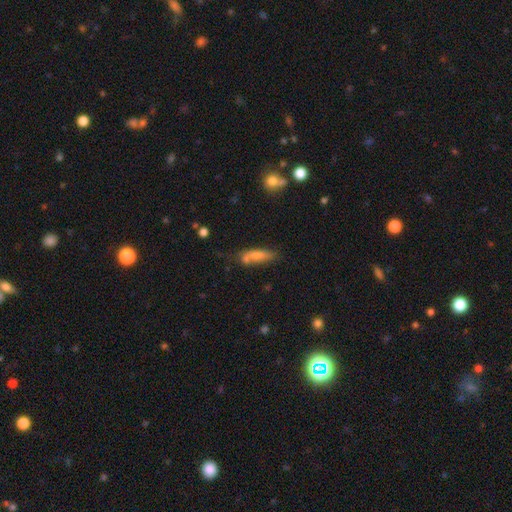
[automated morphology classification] Smooth or featured?
  - smooth: 71% *
  - featured or disk: 21%
  - star or artifact: 8%
How rounded?
  - cigar-shaped: 54% *
  - in between: 43%
  - round: 3%
Merging?
  - none: 53% *
  - minor disturbance: 22%
  - merger: 18%
  - major disturbance: 7%